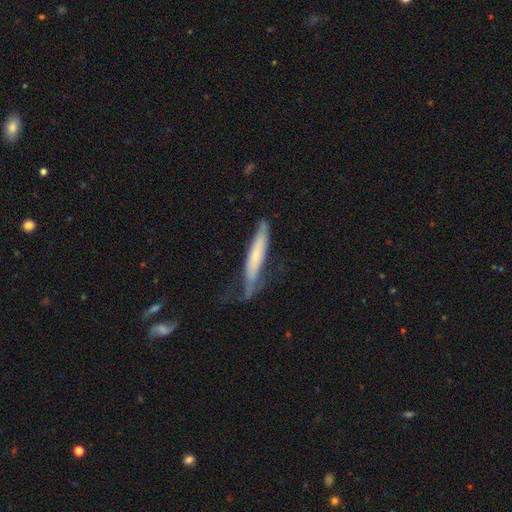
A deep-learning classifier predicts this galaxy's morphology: This is possibly a smooth galaxy (56%). How rounded: clearly cigar-shaped (92%). Merging: possibly none (46%).